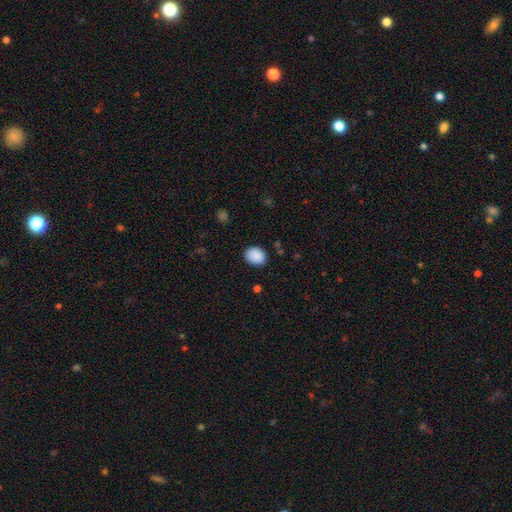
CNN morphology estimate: A smooth galaxy with no disk features (89%) that is round (62%). Merging: none (85%).